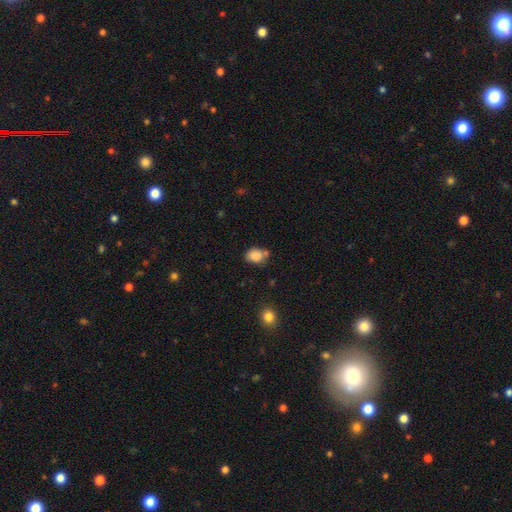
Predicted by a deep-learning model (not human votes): The model was most divided on "how rounded": in between: 61%, round: 38%, cigar-shaped: 1%. More confident: smooth or featured — smooth (85%); merging — none (58%).